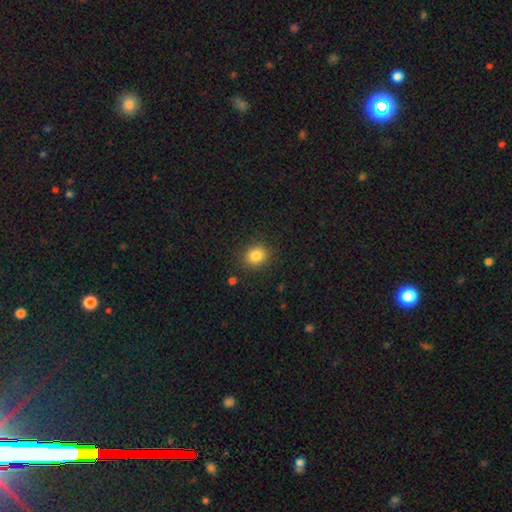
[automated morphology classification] Smooth or featured: smooth — 84% (star or artifact — 11%)
How rounded: round — 69% (in between — 31%)
Merging: none — 88% (minor disturbance — 8%)